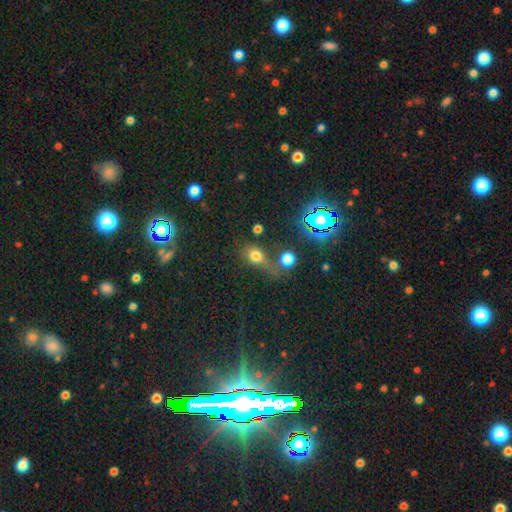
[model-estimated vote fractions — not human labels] Smooth or featured: smooth — 68% (star or artifact — 21%)
How rounded: round — 57% (in between — 41%)
Merging: none — 41% (merger — 29%)